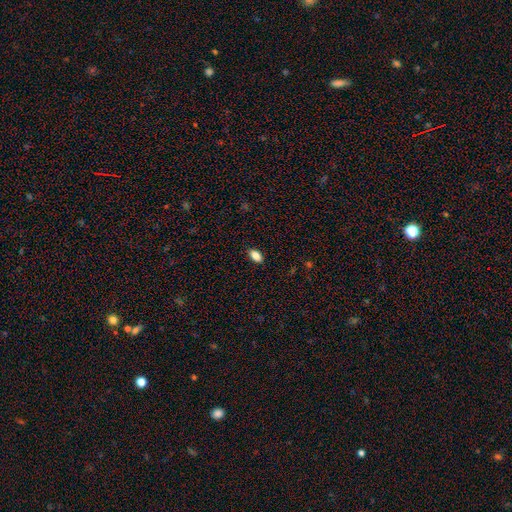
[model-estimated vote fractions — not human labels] Smooth or featured?
  - smooth: 87% *
  - star or artifact: 9%
  - featured or disk: 5%
How rounded?
  - in between: 90% *
  - round: 5%
  - cigar-shaped: 5%
Merging?
  - none: 89% *
  - minor disturbance: 8%
  - major disturbance: 2%
  - merger: 1%